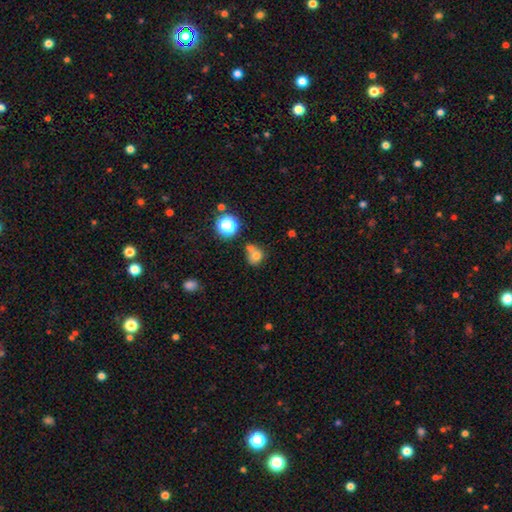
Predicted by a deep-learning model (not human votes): Smooth or featured? smooth (70%)
How rounded? round (73%)
Merging? none (40%)